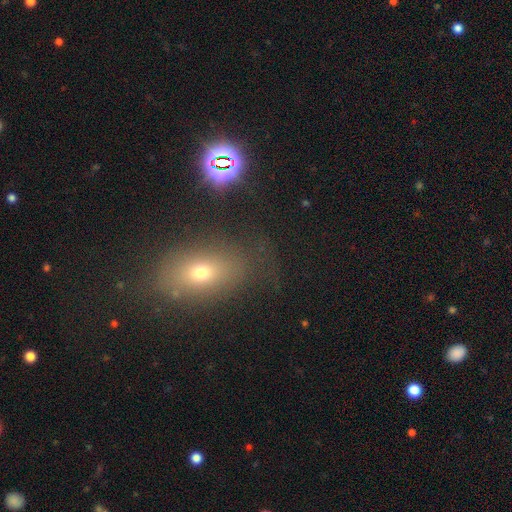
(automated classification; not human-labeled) Q: Smooth or featured?
A: smooth (55%); runner-up: star or artifact (24%)
Q: How rounded?
A: in between (76%); runner-up: round (18%)
Q: Merging?
A: none (78%); runner-up: minor disturbance (13%)